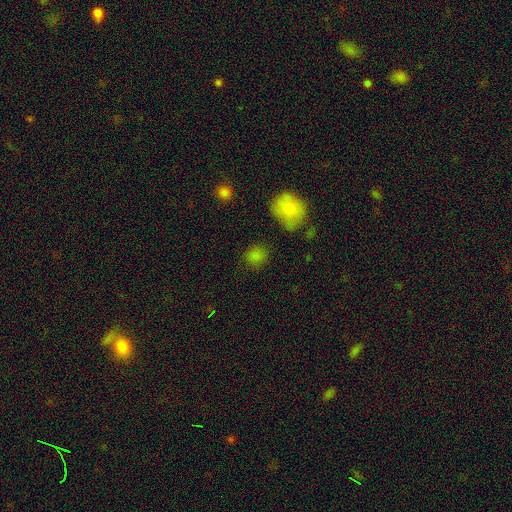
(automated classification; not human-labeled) smooth-or-featured: smooth: 81% | star or artifact: 14% | featured or disk: 5%
  how-rounded: round: 80% | in between: 19% | cigar-shaped: 1%
  merging: none: 81% | minor disturbance: 11% | merger: 4% | major disturbance: 4%